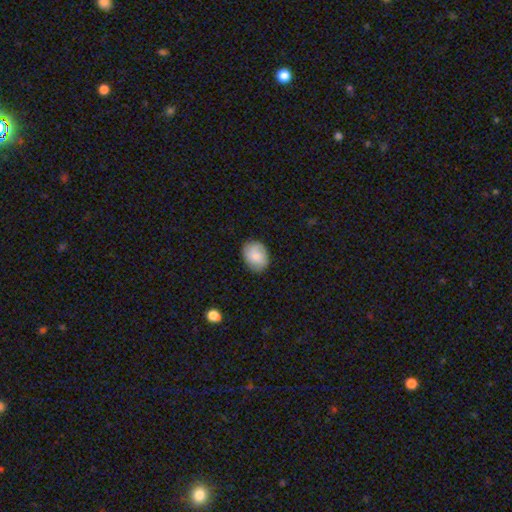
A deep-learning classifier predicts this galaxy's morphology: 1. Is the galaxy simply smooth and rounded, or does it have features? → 81% smooth, 12% featured or disk, 7% star or artifact.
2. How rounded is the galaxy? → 64% in between, 35% round, 1% cigar-shaped.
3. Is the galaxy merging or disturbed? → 85% none, 11% minor disturbance, 2% major disturbance, 1% merger.